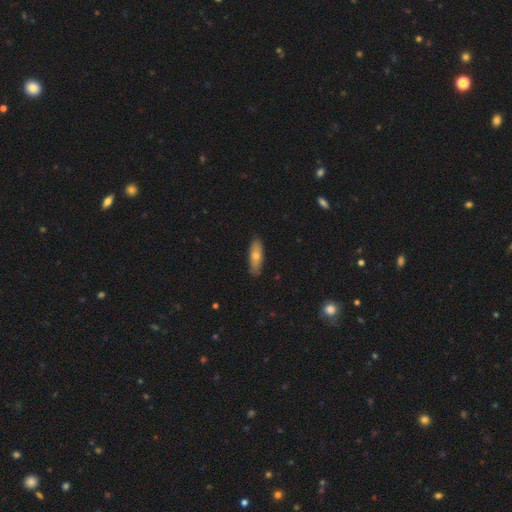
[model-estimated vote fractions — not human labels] Smooth or featured? Predicted: smooth (p=0.65). How rounded? Predicted: in between (p=0.54). Merging? Predicted: none (p=0.87).